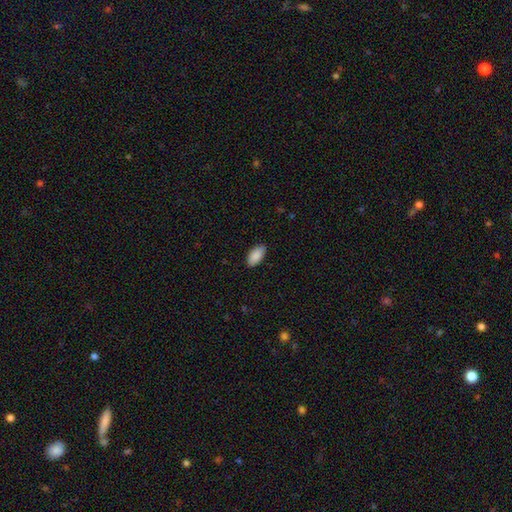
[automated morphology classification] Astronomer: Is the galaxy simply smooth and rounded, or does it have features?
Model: smooth — 89%.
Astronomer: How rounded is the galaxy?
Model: in between — 93%.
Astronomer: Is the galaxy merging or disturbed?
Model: none — 87%.